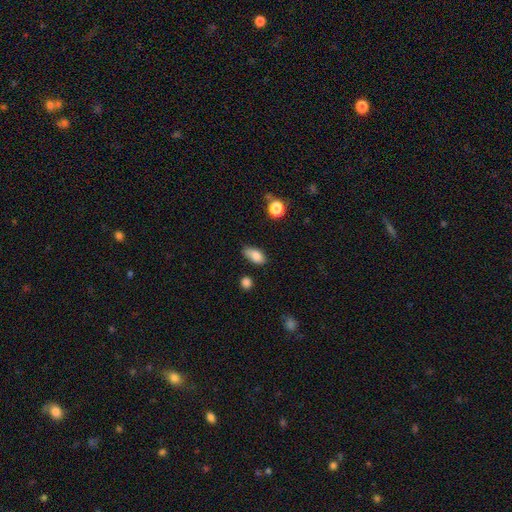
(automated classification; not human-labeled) Smooth or featured: smooth — 84% (star or artifact — 8%)
How rounded: in between — 89% (round — 6%)
Merging: none — 61% (minor disturbance — 29%)